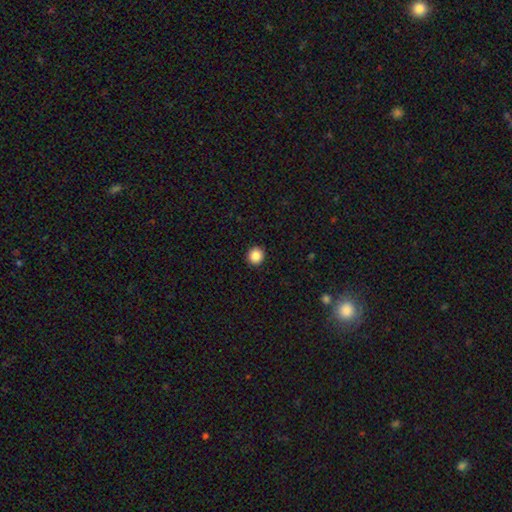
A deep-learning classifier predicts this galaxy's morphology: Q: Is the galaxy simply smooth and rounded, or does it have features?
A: smooth — 86%.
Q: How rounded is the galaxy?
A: round — 93%.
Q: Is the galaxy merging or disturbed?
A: none — 93%.